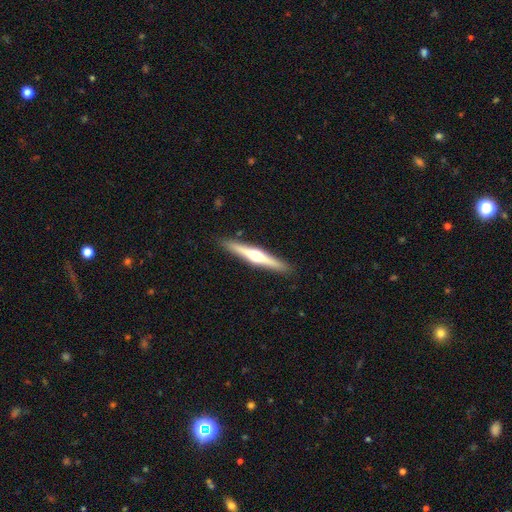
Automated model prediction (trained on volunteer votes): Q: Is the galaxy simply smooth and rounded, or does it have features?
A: featured or disk — 69%.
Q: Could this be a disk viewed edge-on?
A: yes — 98%.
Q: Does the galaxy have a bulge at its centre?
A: rounded — 93%.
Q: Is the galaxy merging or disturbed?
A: none — 91%.